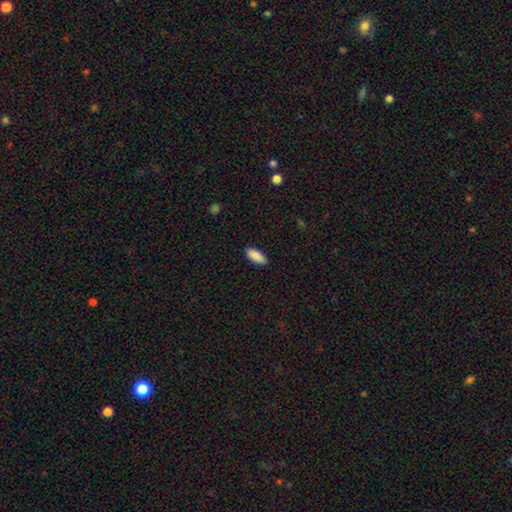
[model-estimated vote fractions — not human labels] The model was most divided on "how rounded": in between: 79%, cigar-shaped: 19%, round: 2%. More confident: smooth or featured — smooth (90%); merging — none (89%).